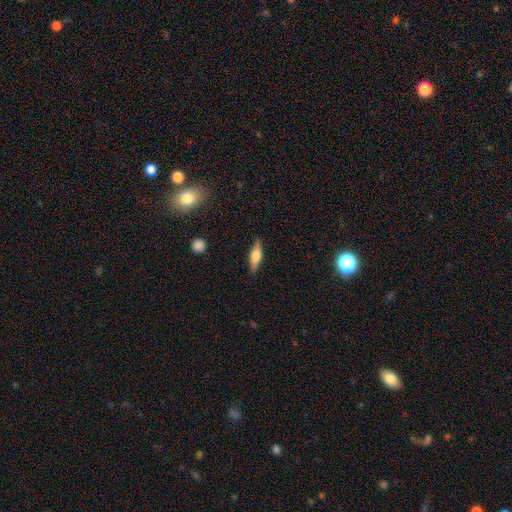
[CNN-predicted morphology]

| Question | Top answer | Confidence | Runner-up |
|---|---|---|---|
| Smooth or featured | smooth | 51% | featured or disk (42%) |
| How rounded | cigar-shaped | 59% | in between (38%) |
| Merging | none | 88% | minor disturbance (9%) |